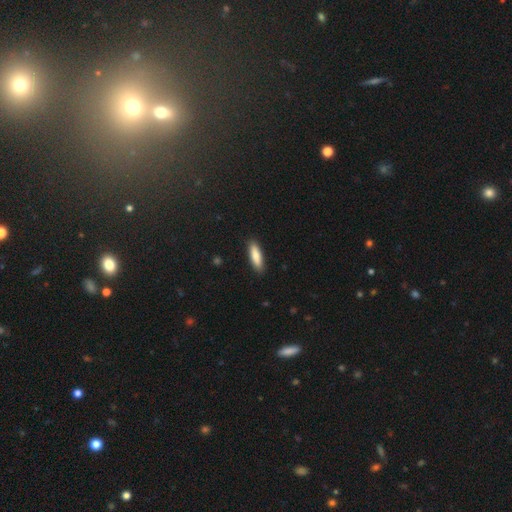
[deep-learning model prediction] Morphology: type=smooth (81%); roundness=cigar-shaped (62%); merging=none (89%).